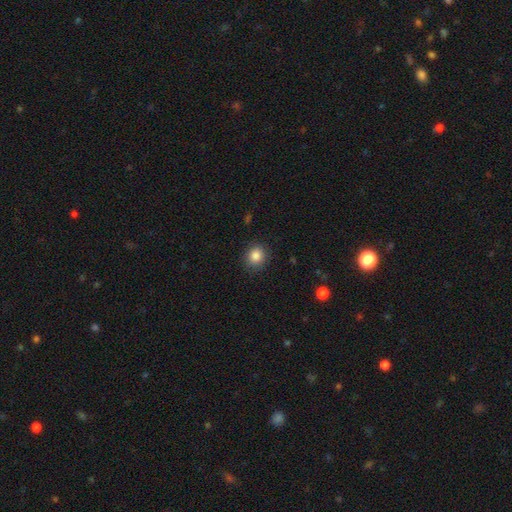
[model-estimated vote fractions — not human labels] A smooth galaxy with no disk features (86%) that is round (80%).

Vote fractions:
- Smooth or featured? smooth: 86% / star or artifact: 10% / featured or disk: 4%
- How rounded? round: 80% / in between: 19% / cigar-shaped: 1%
- Merging? none: 87% / minor disturbance: 9% / major disturbance: 3% / merger: 1%